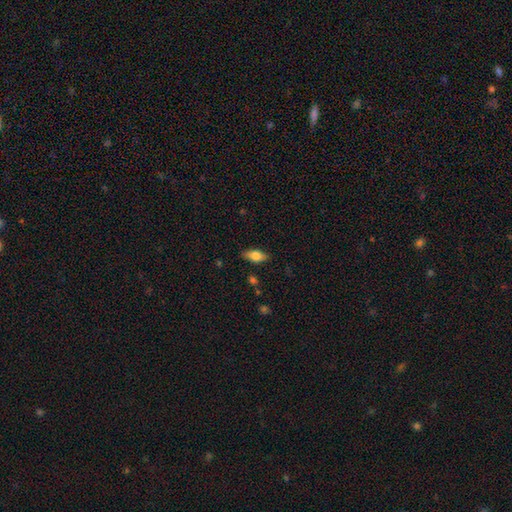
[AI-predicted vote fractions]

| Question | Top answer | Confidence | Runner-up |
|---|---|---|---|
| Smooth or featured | smooth | 70% | featured or disk (23%) |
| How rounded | in between | 83% | cigar-shaped (13%) |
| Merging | none | 83% | minor disturbance (13%) |